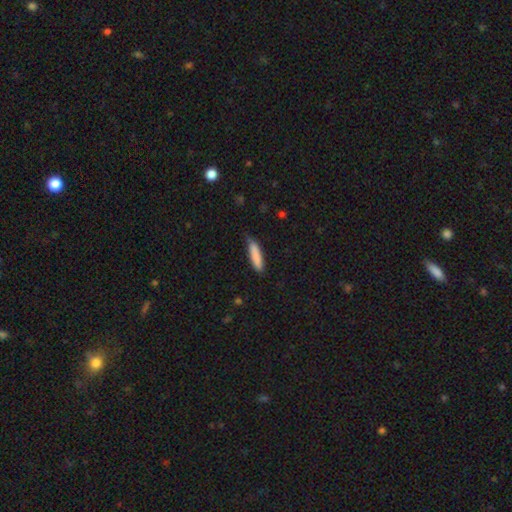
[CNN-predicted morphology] smooth-or-featured: smooth: 86% | featured or disk: 8% | star or artifact: 6%
  how-rounded: cigar-shaped: 77% | in between: 22% | round: 1%
  merging: none: 72% | minor disturbance: 23% | major disturbance: 3% | merger: 1%